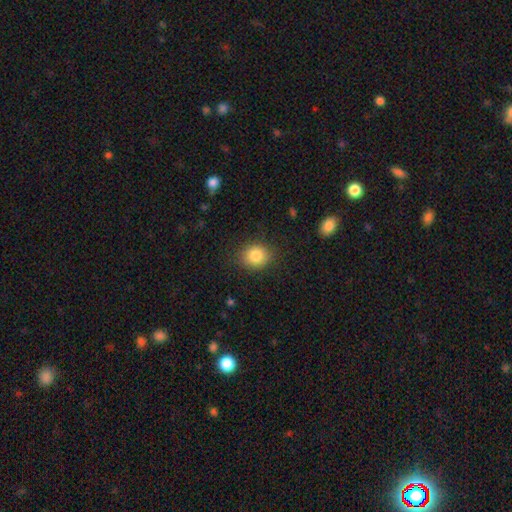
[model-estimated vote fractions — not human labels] smooth_or_featured: smooth (p=0.84) [alt: star or artifact p=0.09]
how_rounded: round (p=0.67) [alt: in between p=0.32]
merging: none (p=0.86) [alt: minor disturbance p=0.10]